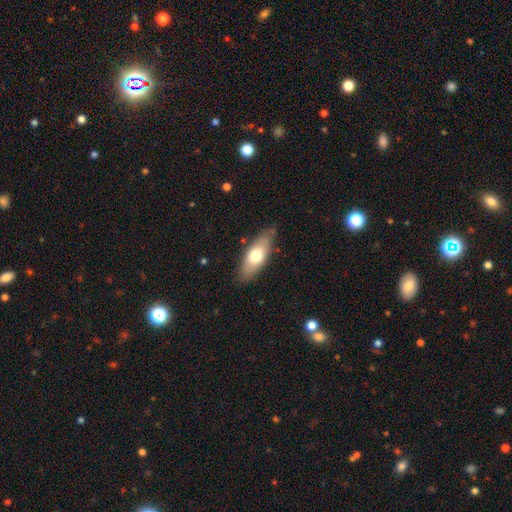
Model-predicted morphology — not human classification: The model was most divided on "smooth or featured": smooth: 65%, featured or disk: 29%, star or artifact: 6%. More confident: merging — none (80%); how rounded — in between (72%).